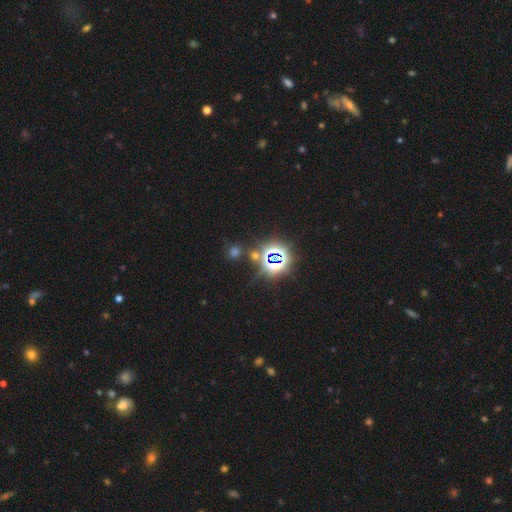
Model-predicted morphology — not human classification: star or artifact 67%, smooth 26%, featured or disk 7%.